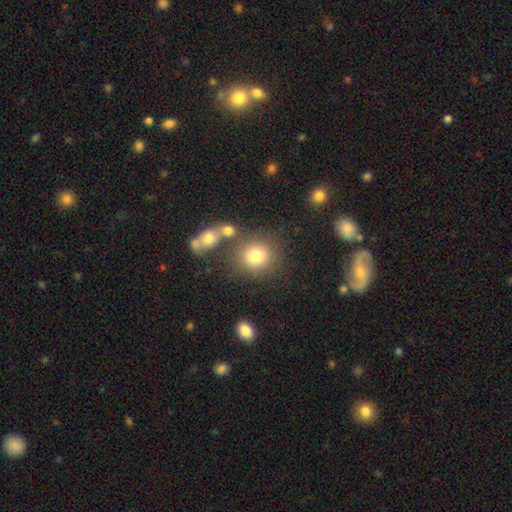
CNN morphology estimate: Smooth or featured?
  - smooth: 78% *
  - star or artifact: 12%
  - featured or disk: 10%
How rounded?
  - round: 84% *
  - in between: 15%
  - cigar-shaped: 1%
Merging?
  - none: 70% *
  - merger: 15%
  - minor disturbance: 11%
  - major disturbance: 5%